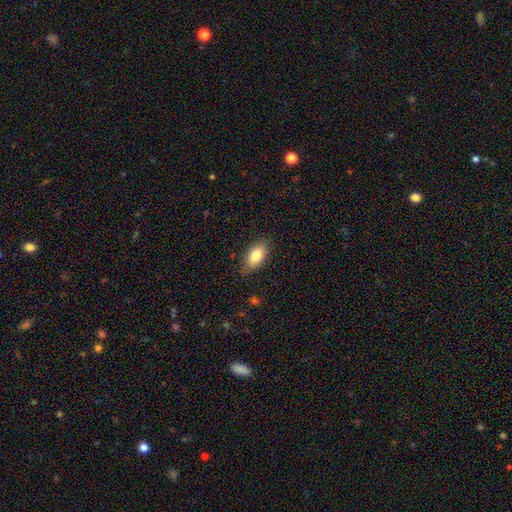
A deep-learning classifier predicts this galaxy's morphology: A smooth galaxy with no disk features (82%) that is in between round and cigar-shaped (91%). Merging: none (80%).